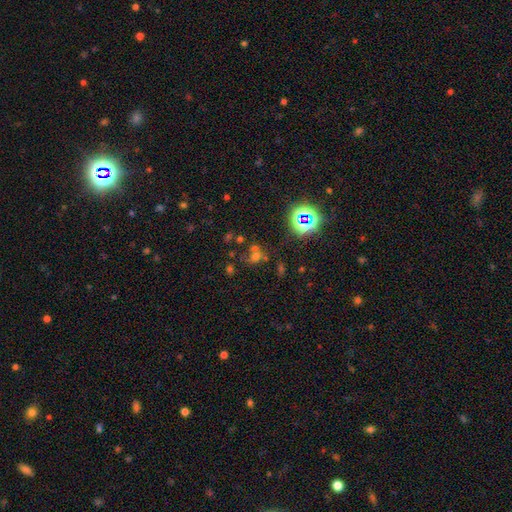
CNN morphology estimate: Q: Smooth or featured?
A: smooth (43%); tied with: star or artifact (43%)
Q: Merging?
A: none (45%); runner-up: merger (36%)